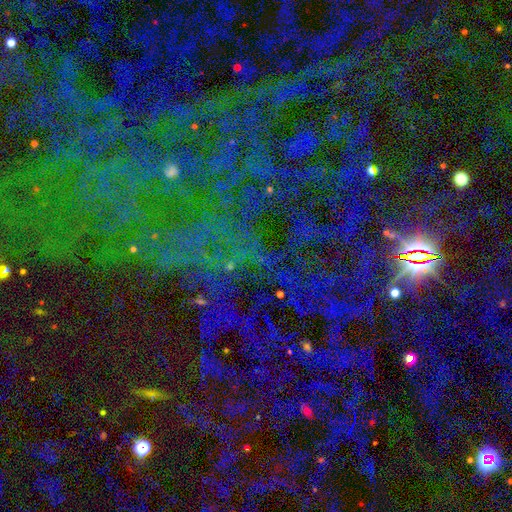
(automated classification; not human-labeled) star or artifact 81%, smooth 11%, featured or disk 8%.